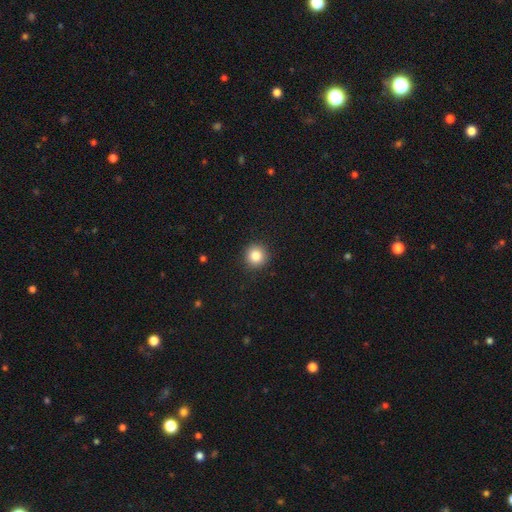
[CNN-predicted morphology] The model was most divided on "smooth or featured": smooth: 84%, star or artifact: 10%, featured or disk: 6%. More confident: how rounded — round (94%); merging — none (92%).